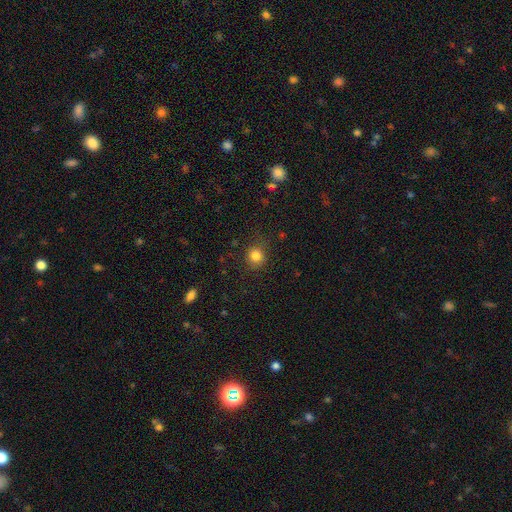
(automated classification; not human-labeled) Q: Smooth or featured?
A: smooth (82%); runner-up: star or artifact (12%)
Q: How rounded?
A: round (85%); runner-up: in between (14%)
Q: Merging?
A: none (82%); runner-up: minor disturbance (12%)